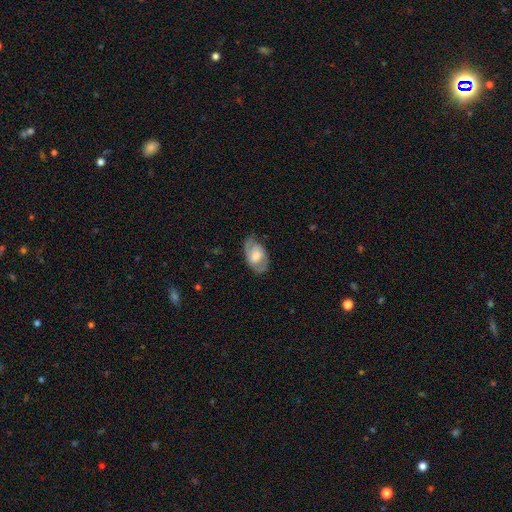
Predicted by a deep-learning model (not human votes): Overall: featured or disk (60%; smooth 34%). Edge-on disk: no (94%). Bar: no (52%; weak 37%). Spiral arms: yes (76%). Bulge size: moderate (56%; small 31%). Merging: none (68%).